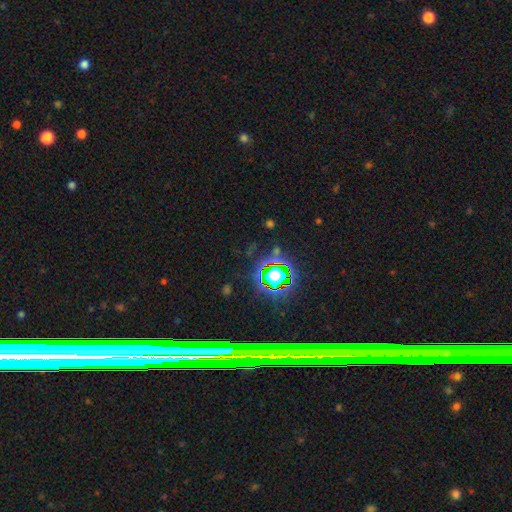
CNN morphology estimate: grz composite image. It shows a star or artifact, not a galaxy (68%).